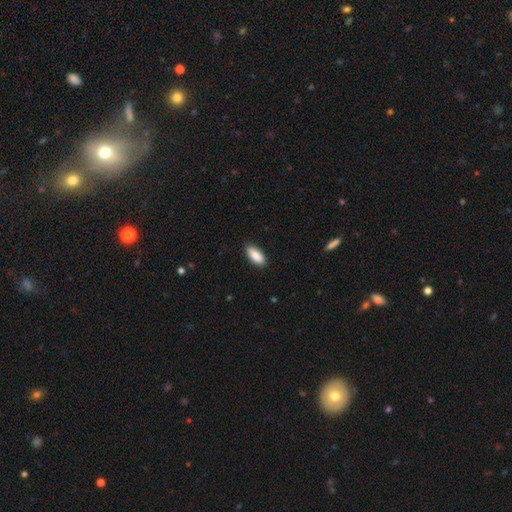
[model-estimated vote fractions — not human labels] Overall: smooth (88%). How rounded: in between (82%). Merging: none (88%).